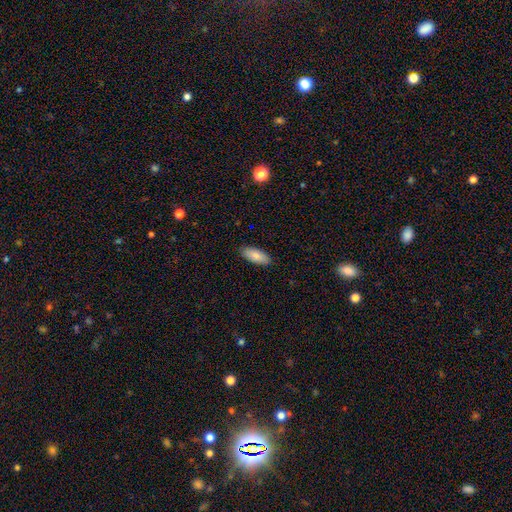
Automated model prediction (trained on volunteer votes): Overall: smooth (83%). How rounded: in between (82%). Merging: none (88%).